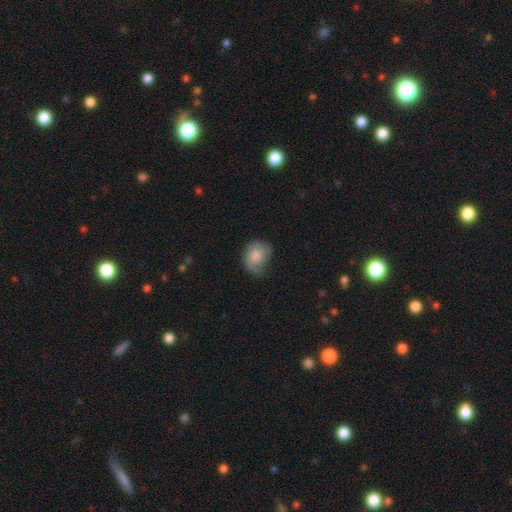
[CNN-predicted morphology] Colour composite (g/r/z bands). It shows a smooth galaxy with no disk features (55%) that is round (51%). Merging: none (51%).